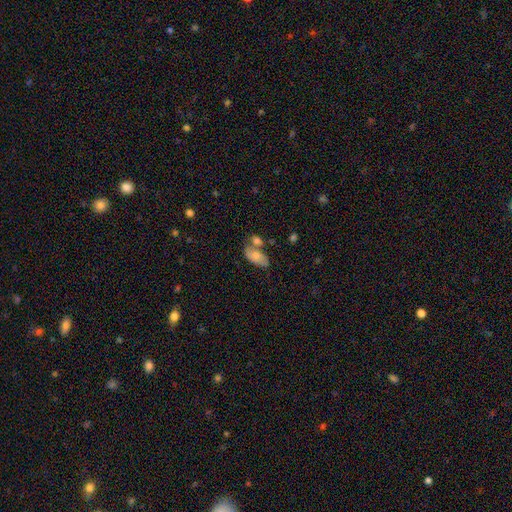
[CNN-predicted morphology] Smooth or featured?
  - smooth: 67% *
  - featured or disk: 25%
  - star or artifact: 7%
How rounded?
  - in between: 91% *
  - cigar-shaped: 5%
  - round: 4%
Merging?
  - none: 39% *
  - merger: 36%
  - minor disturbance: 18%
  - major disturbance: 8%